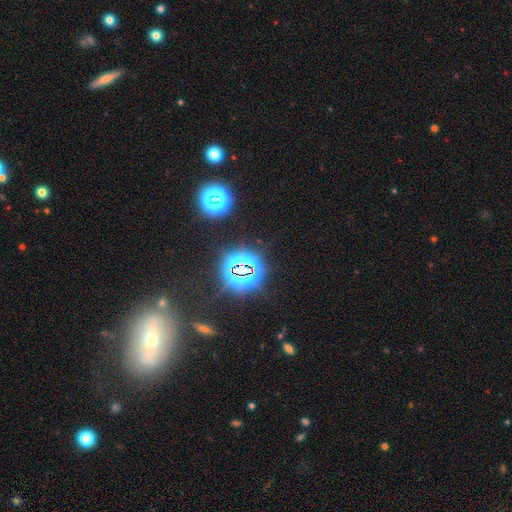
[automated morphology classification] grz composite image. It shows a star or artifact, not a galaxy (72%).